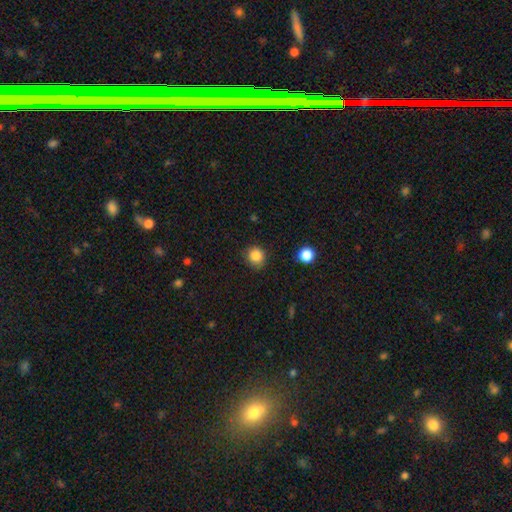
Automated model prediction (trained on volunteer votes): Q: Smooth or featured?
A: smooth (85%); runner-up: star or artifact (11%)
Q: How rounded?
A: round (87%); runner-up: in between (12%)
Q: Merging?
A: none (84%); runner-up: minor disturbance (12%)